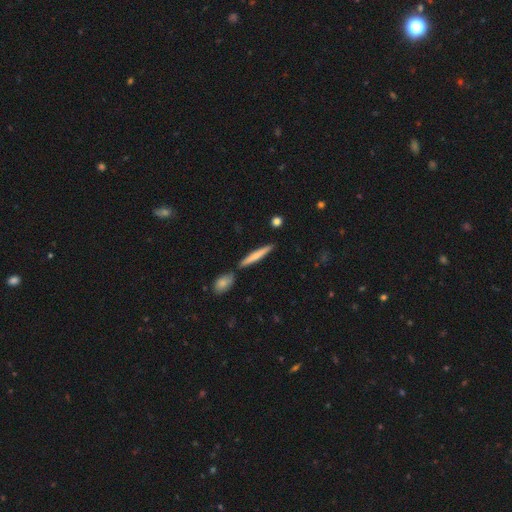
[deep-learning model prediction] This is likely a smooth galaxy (62%). How rounded: clearly cigar-shaped (93%). Merging: likely none (80%).